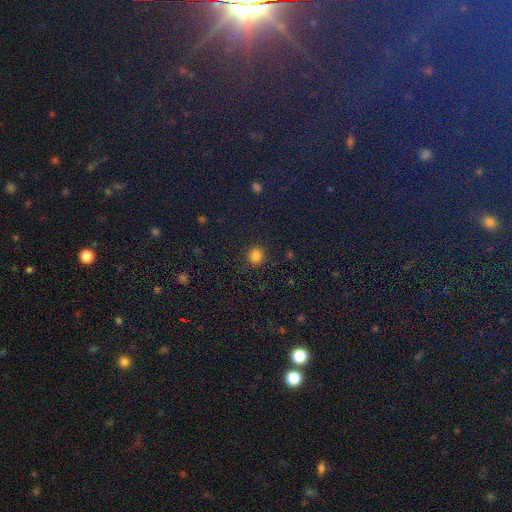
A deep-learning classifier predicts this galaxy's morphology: smooth_or_featured: smooth (p=0.83) [alt: star or artifact p=0.13]
how_rounded: round (p=0.90) [alt: in between p=0.09]
merging: none (p=0.88) [alt: minor disturbance p=0.08]